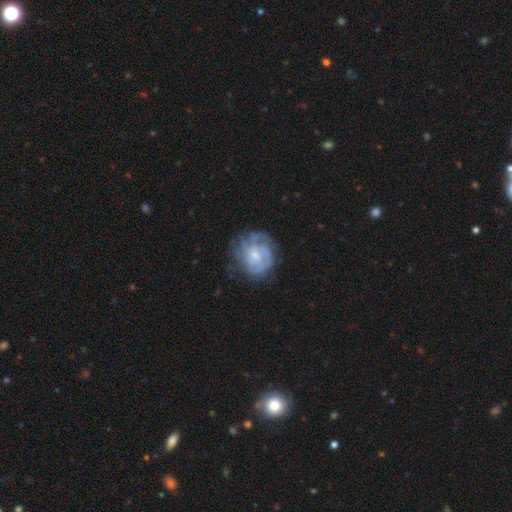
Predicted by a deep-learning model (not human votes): Q: Smooth or featured?
A: featured or disk (73%); runner-up: smooth (20%)
Q: Edge-on disk?
A: no (98%); runner-up: yes (2%)
Q: Bar?
A: no (69%); runner-up: weak (28%)
Q: Spiral arms?
A: yes (83%); runner-up: no (17%)
Q: Spiral winding?
A: tight (57%); runner-up: medium (32%)
Q: Spiral arm count?
A: can't tell (47%); runner-up: 3 (16%)
Q: Bulge size?
A: small (52%); runner-up: moderate (34%)
Q: Merging?
A: none (64%); runner-up: minor disturbance (21%)